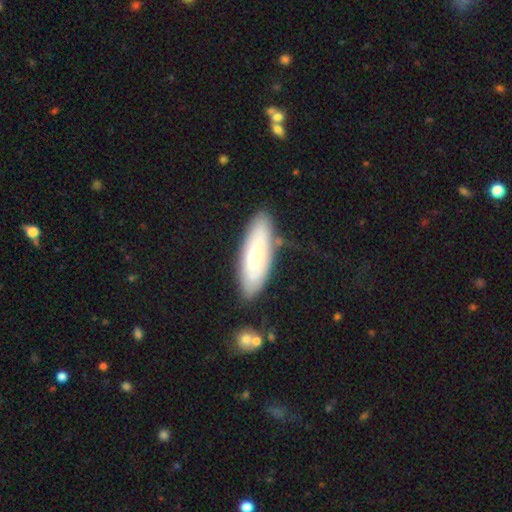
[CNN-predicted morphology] A smooth galaxy with no disk features (53%) that is in between round and cigar-shaped (63%).

Vote fractions:
- Smooth or featured? smooth: 53% / featured or disk: 41% / star or artifact: 6%
- How rounded? in between: 63% / cigar-shaped: 35% / round: 2%
- Merging? none: 75% / minor disturbance: 16% / merger: 4% / major disturbance: 4%